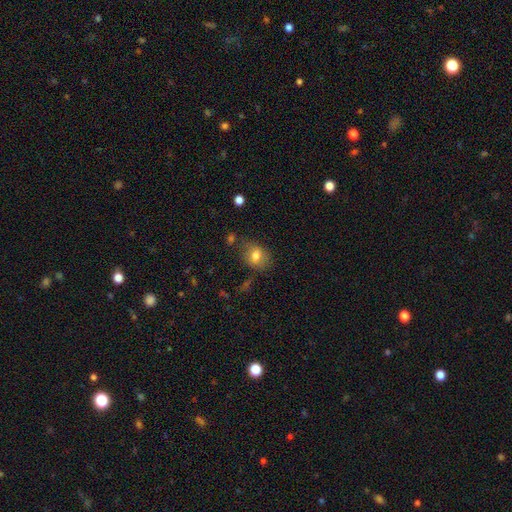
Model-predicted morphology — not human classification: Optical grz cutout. It shows a smooth galaxy with no disk features (75%) that is in between round and cigar-shaped (61%). Merging: none (70%).